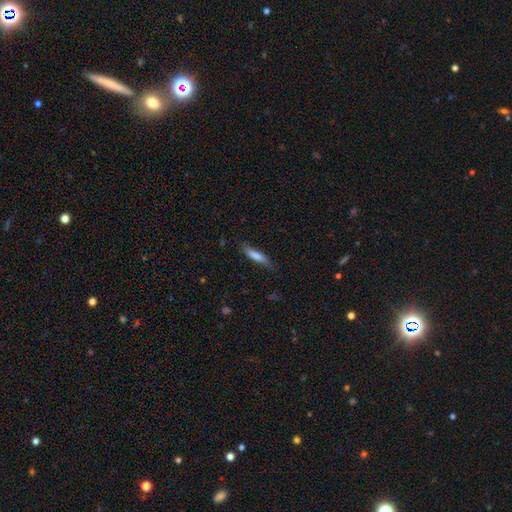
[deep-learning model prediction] This appears to be a smooth galaxy with no disk features (71%) that is cigar-shaped (80%). Merging: none (76%).